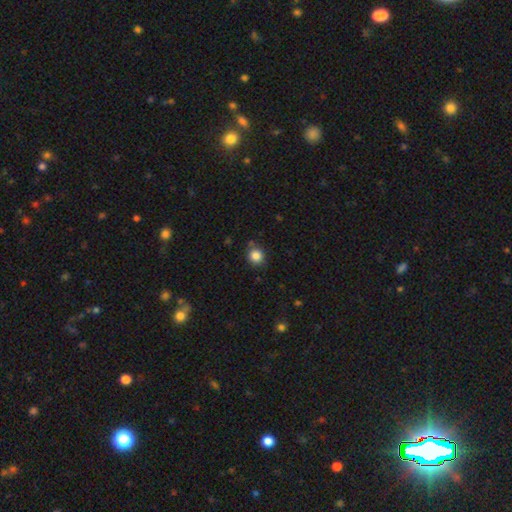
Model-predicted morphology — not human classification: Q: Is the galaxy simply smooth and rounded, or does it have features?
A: smooth — 85%.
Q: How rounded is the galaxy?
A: round — 90%.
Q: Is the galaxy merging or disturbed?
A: none — 81%.